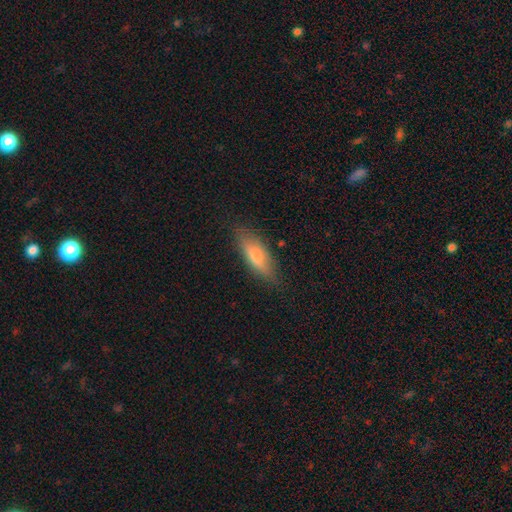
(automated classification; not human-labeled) Smooth or featured? Predicted: smooth (p=0.69). How rounded? Predicted: in between (p=0.49, tied with cigar-shaped). Merging? Predicted: none (p=0.81).